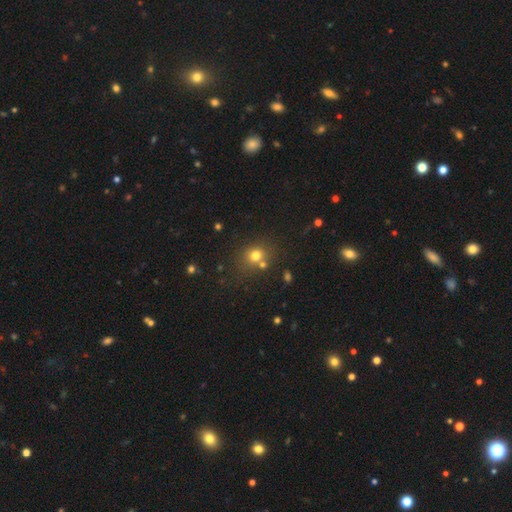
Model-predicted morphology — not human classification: Smooth or featured?
  - smooth: 72% *
  - star or artifact: 18%
  - featured or disk: 10%
How rounded?
  - round: 77% *
  - in between: 22%
  - cigar-shaped: 1%
Merging?
  - none: 66% *
  - merger: 18%
  - minor disturbance: 11%
  - major disturbance: 5%